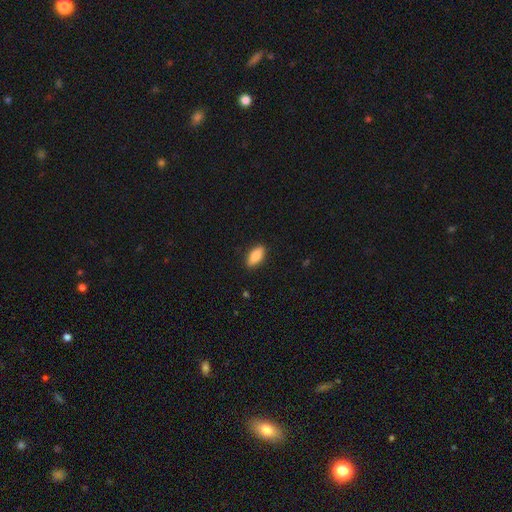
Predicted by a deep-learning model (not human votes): Morphology: type=smooth (81%); roundness=in between (83%); merging=none (88%).